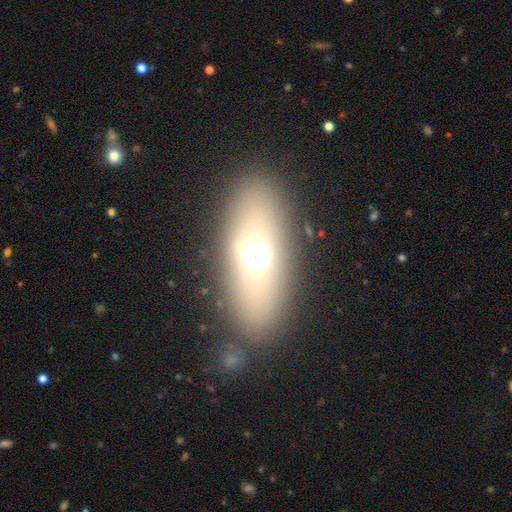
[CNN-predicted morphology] Smooth or featured: smooth — 49% (featured or disk — 34%)
Merging: none — 83% (minor disturbance — 9%)